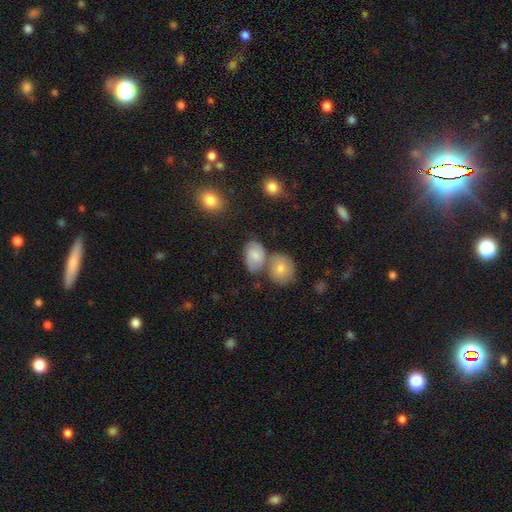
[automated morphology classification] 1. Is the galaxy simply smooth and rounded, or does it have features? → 70% smooth, 22% featured or disk, 9% star or artifact.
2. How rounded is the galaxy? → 78% in between, 20% round, 1% cigar-shaped.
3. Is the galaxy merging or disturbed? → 46% none, 32% merger, 16% minor disturbance, 6% major disturbance.